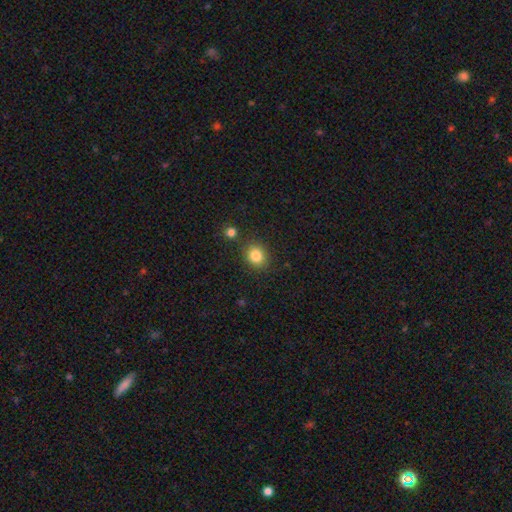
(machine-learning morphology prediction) The model was most divided on "how rounded": round: 73%, in between: 26%, cigar-shaped: 1%. More confident: merging — none (84%); smooth or featured — smooth (84%).